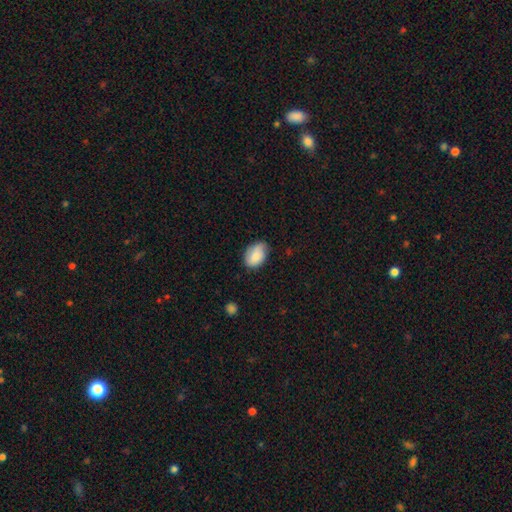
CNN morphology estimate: This appears to be a smooth galaxy with no disk features (80%) that is in between round and cigar-shaped (83%). Merging: none (64%).